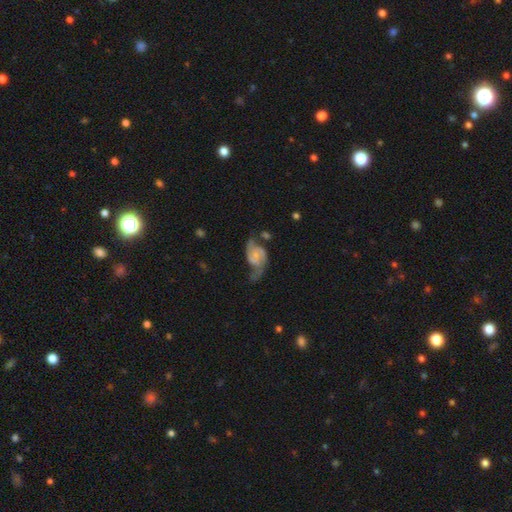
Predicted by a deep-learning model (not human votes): The model was most divided on "spiral winding": medium: 42%, loose: 41%, tight: 17%. Remaining: edge-on disk — no (97%); spiral arms — yes (90%); spiral arm count — 2 (85%); smooth or featured — featured or disk (74%); bar — no (62%); bulge size — small (58%); merging — none (36%).